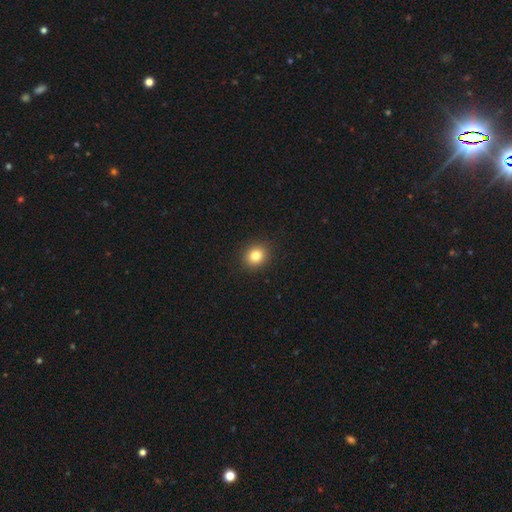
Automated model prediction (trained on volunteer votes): smooth 82%, star or artifact 11%, featured or disk 7%. Down the decision tree: how rounded — round (78%); merging — none (91%).